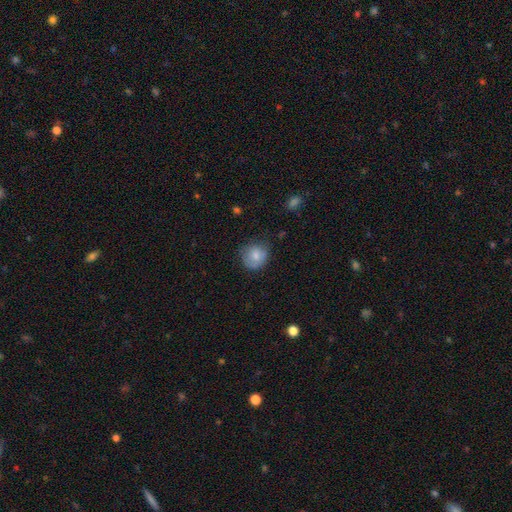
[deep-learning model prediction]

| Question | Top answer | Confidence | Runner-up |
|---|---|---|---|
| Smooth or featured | smooth | 78% | featured or disk (14%) |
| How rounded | round | 82% | in between (17%) |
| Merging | none | 65% | minor disturbance (25%) |